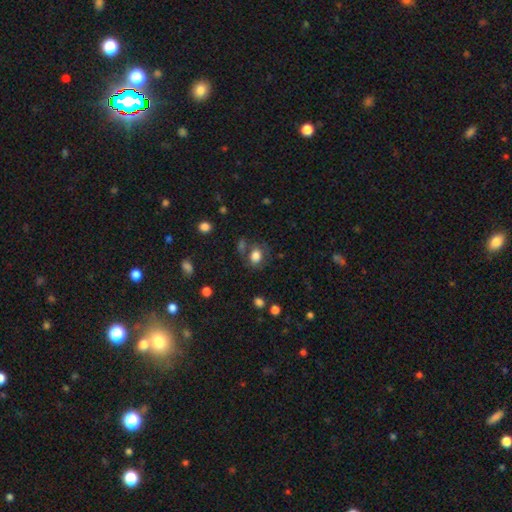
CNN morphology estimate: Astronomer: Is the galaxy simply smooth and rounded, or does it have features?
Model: smooth — 79%.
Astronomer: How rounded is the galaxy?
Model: in between — 52% (runner-up: round, 47%).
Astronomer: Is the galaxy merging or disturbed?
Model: none — 63%.